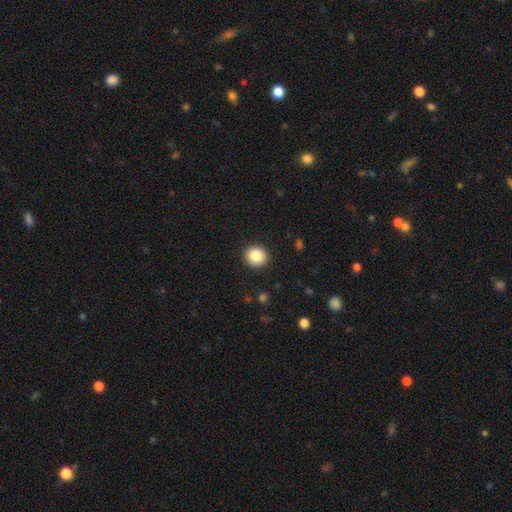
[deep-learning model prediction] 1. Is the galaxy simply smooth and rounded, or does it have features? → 86% smooth, 9% star or artifact, 5% featured or disk.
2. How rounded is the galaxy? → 90% round, 9% in between, 1% cigar-shaped.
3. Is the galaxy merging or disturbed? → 91% none, 6% minor disturbance, 2% major disturbance, 1% merger.